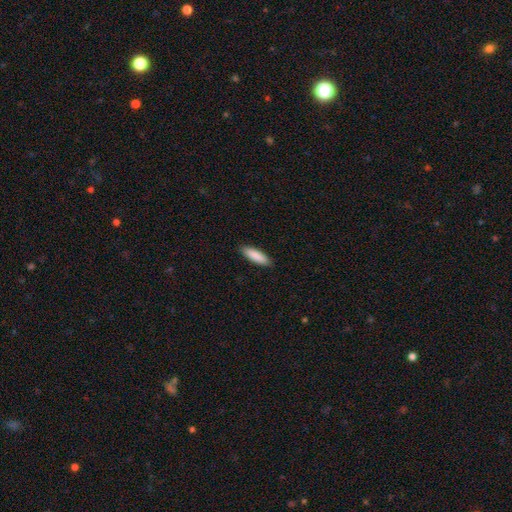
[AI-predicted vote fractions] smooth_or_featured: smooth (p=0.88) [alt: featured or disk p=0.06]
how_rounded: cigar-shaped (p=0.58) [alt: in between p=0.40]
merging: none (p=0.90) [alt: minor disturbance p=0.07]